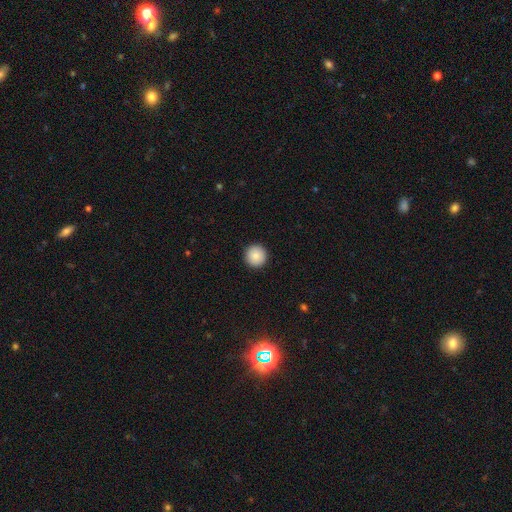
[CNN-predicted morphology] smooth 87%, star or artifact 8%, featured or disk 4%. Down the decision tree: how rounded — round (96%); merging — none (94%).